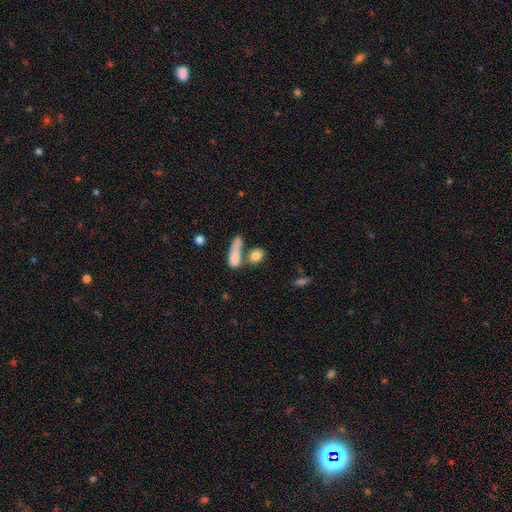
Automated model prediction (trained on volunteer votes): Smooth or featured?
  - smooth: 80% *
  - featured or disk: 11%
  - star or artifact: 9%
How rounded?
  - in between: 49% *
  - round: 36%
  - cigar-shaped: 15%
Merging?
  - none: 51% *
  - merger: 30%
  - minor disturbance: 12%
  - major disturbance: 7%